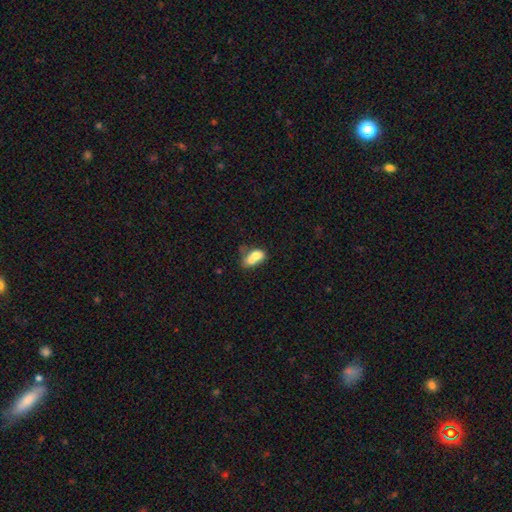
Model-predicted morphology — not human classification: A smooth galaxy with no disk features (68%) that is in between round and cigar-shaped (70%).

Vote fractions:
- Smooth or featured? smooth: 68% / featured or disk: 24% / star or artifact: 9%
- How rounded? in between: 70% / round: 27% / cigar-shaped: 2%
- Merging? merger: 69% / none: 16% / minor disturbance: 8% / major disturbance: 6%